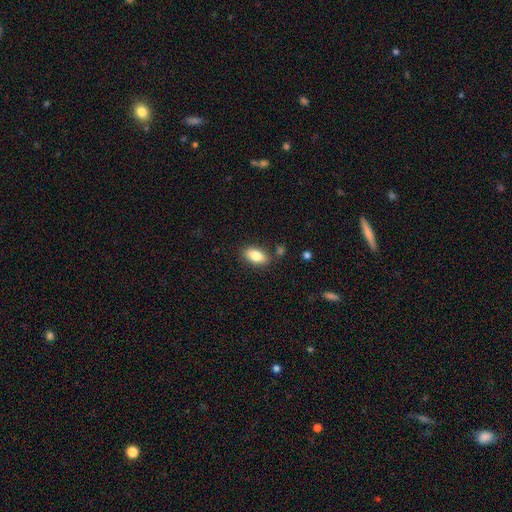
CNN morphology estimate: Q: Smooth or featured?
A: smooth (83%); runner-up: featured or disk (9%)
Q: How rounded?
A: in between (90%); runner-up: cigar-shaped (5%)
Q: Merging?
A: none (83%); runner-up: minor disturbance (11%)